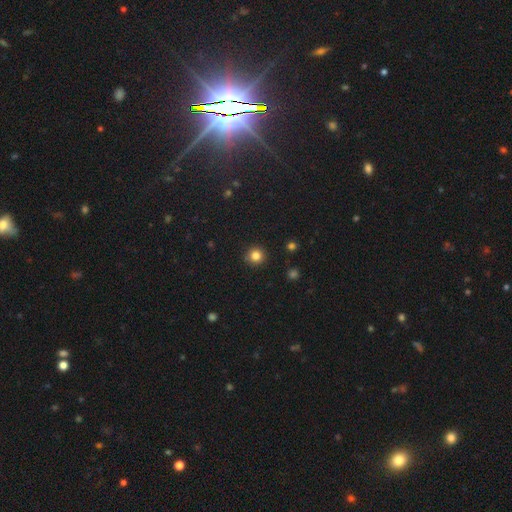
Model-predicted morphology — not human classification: Smooth or featured: smooth — 83% (star or artifact — 12%)
How rounded: round — 94% (in between — 5%)
Merging: none — 90% (minor disturbance — 6%)